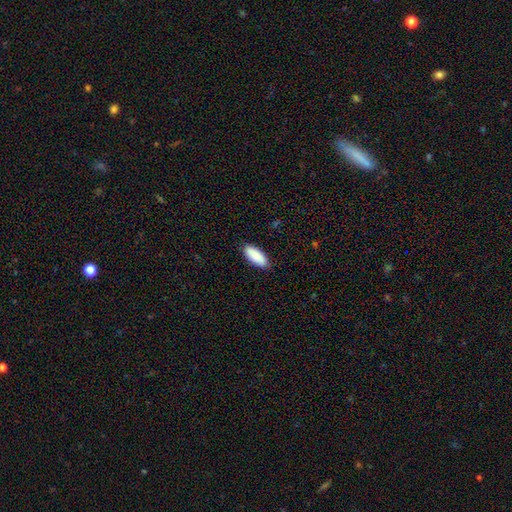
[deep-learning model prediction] smooth-or-featured: smooth: 89% | star or artifact: 6% | featured or disk: 5%
  how-rounded: in between: 86% | cigar-shaped: 12% | round: 2%
  merging: none: 88% | minor disturbance: 9% | major disturbance: 2% | merger: 1%